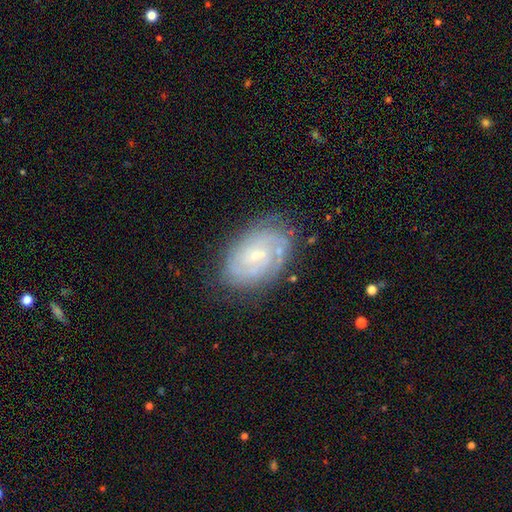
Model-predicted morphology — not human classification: Q: Smooth or featured?
A: featured or disk (79%); runner-up: smooth (14%)
Q: Edge-on disk?
A: no (97%); runner-up: yes (3%)
Q: Bar?
A: no (53%); runner-up: weak (39%)
Q: Spiral arms?
A: yes (93%); runner-up: no (7%)
Q: Spiral winding?
A: tight (69%); runner-up: medium (25%)
Q: Spiral arm count?
A: can't tell (37%); runner-up: 2 (30%)
Q: Bulge size?
A: small (71%); runner-up: moderate (23%)
Q: Merging?
A: none (75%); runner-up: minor disturbance (18%)